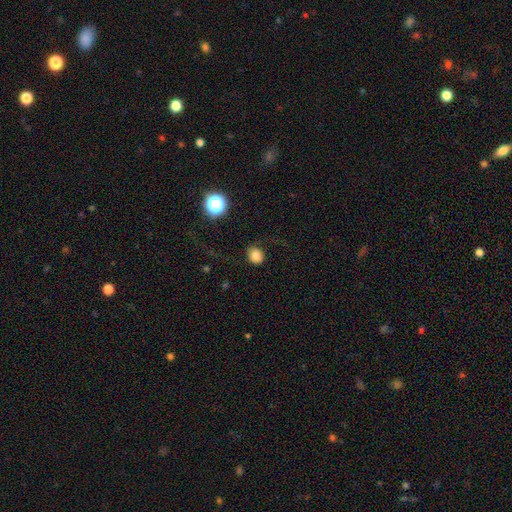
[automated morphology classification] This is clearly a smooth galaxy (81%). How rounded: likely round (64%). Merging: likely none (79%).